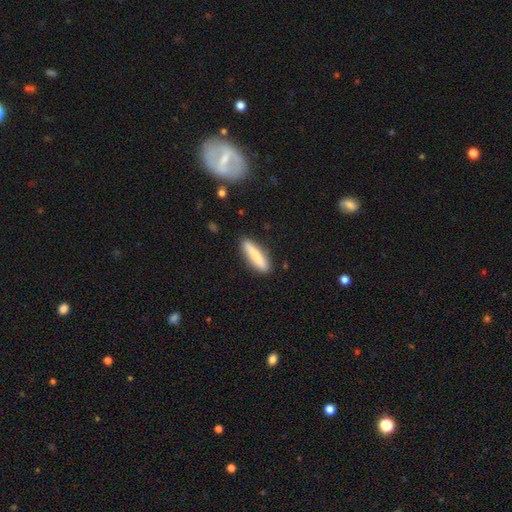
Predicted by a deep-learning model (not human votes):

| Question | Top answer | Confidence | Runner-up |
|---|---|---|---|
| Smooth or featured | smooth | 81% | featured or disk (13%) |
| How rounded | cigar-shaped | 80% | in between (18%) |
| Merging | none | 88% | minor disturbance (9%) |